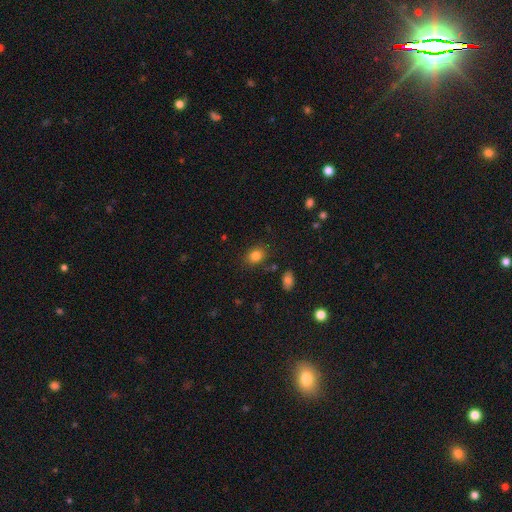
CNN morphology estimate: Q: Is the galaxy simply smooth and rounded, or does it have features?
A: smooth — 83%.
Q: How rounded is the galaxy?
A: in between — 55%.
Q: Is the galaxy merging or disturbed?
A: none — 84%.